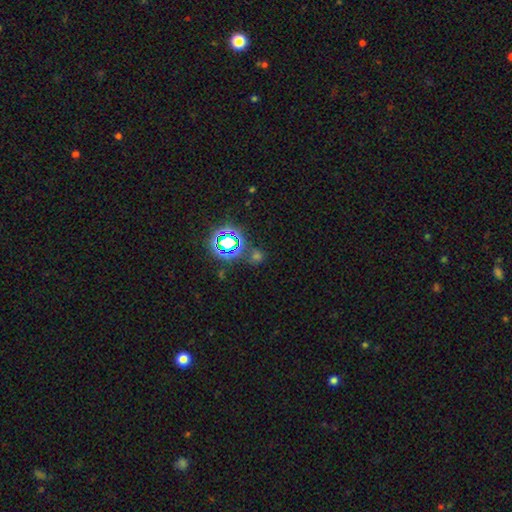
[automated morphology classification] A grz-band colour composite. It shows a star or artifact, not a galaxy (60%).